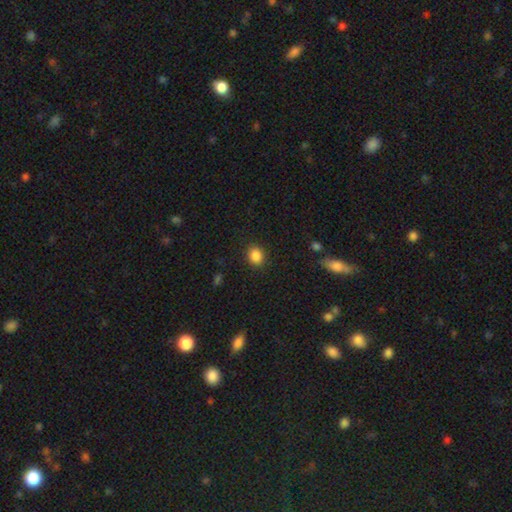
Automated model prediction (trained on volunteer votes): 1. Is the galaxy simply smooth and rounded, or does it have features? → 86% smooth, 10% star or artifact, 4% featured or disk.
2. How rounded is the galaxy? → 56% round, 43% in between, 1% cigar-shaped.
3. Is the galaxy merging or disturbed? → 88% none, 8% minor disturbance, 2% major disturbance, 1% merger.